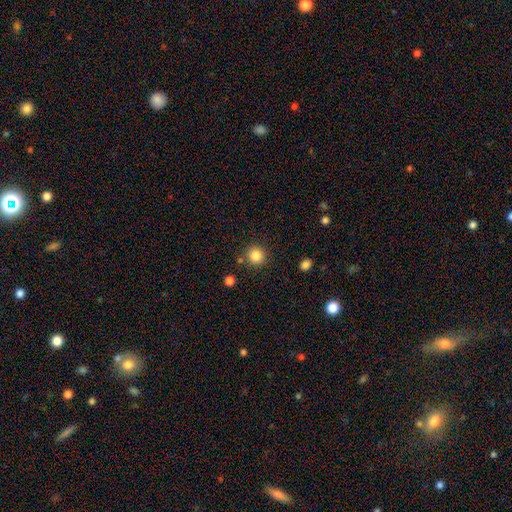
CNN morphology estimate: smooth-or-featured: smooth: 84% | star or artifact: 11% | featured or disk: 5%
  how-rounded: round: 94% | in between: 5% | cigar-shaped: 1%
  merging: none: 86% | minor disturbance: 7% | merger: 5% | major disturbance: 3%